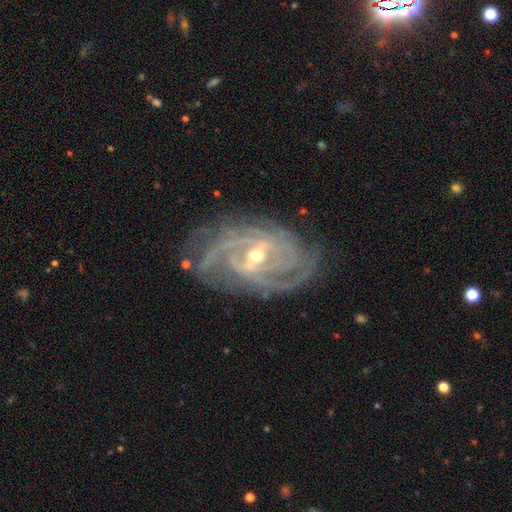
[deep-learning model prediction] Smooth or featured? Predicted: featured or disk (p=0.90). Edge-on disk? Predicted: no (p=0.96). Bar? Predicted: strong (p=0.43). Spiral arms? Predicted: yes (p=0.98). Spiral winding? Predicted: tight (p=0.68). Spiral arm count? Predicted: 4 (p=0.24). Bulge size? Predicted: small (p=0.52). Merging? Predicted: none (p=0.75).